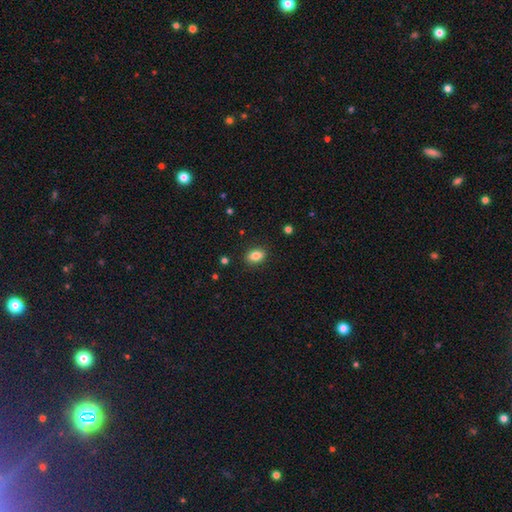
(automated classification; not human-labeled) Smooth or featured? Predicted: smooth (p=0.84). How rounded? Predicted: in between (p=0.82). Merging? Predicted: none (p=0.88).